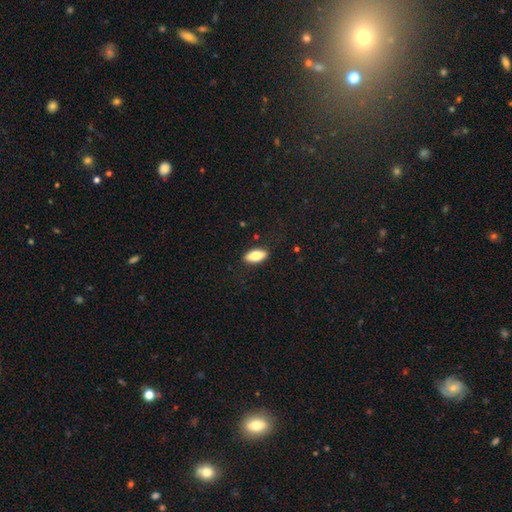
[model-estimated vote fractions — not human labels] Smooth or featured? smooth (79%)
How rounded? in between (88%)
Merging? none (87%)